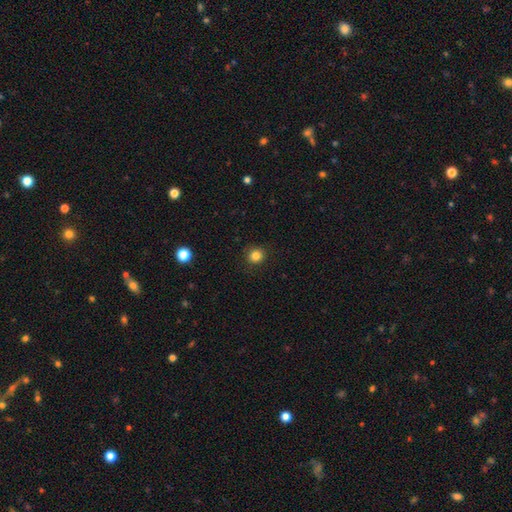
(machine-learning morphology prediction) This appears to be a smooth galaxy with no disk features (83%) that is round (93%). Merging: none (91%).